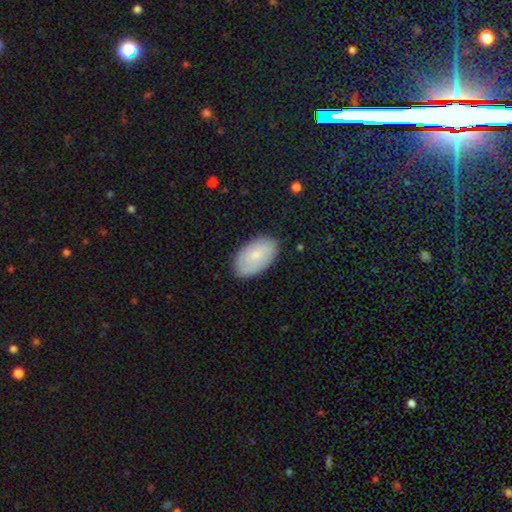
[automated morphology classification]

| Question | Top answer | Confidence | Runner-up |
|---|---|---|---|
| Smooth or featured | smooth | 75% | featured or disk (19%) |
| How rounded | in between | 94% | round (4%) |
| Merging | none | 86% | minor disturbance (11%) |